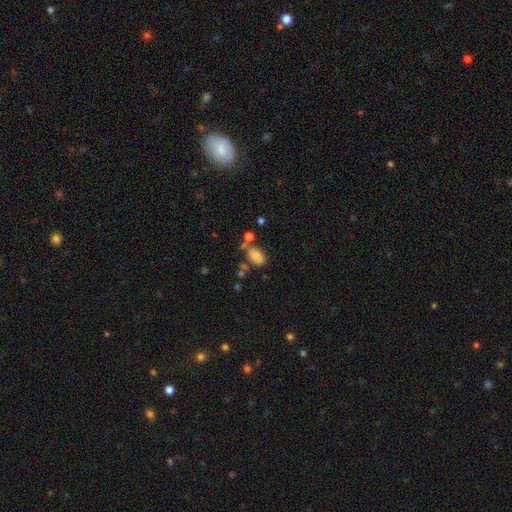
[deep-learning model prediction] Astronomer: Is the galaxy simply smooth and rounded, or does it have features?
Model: smooth — 79%.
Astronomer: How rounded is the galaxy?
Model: in between — 89%.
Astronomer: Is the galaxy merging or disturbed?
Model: none — 50%.